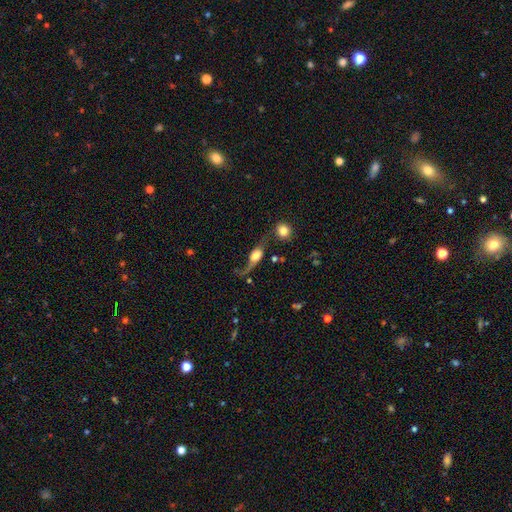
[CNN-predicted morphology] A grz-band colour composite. It shows a featured or disk galaxy (56%). Merging: major disturbance (38%).